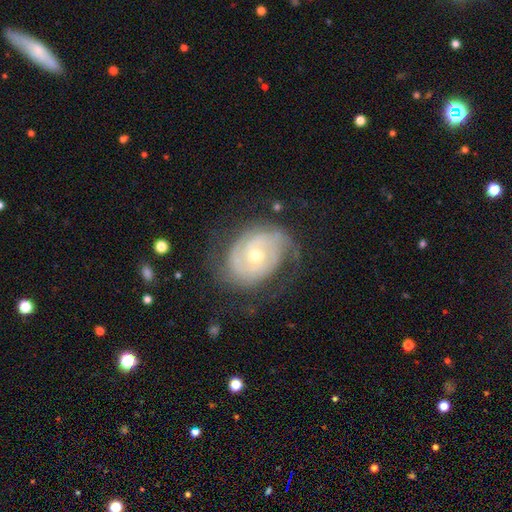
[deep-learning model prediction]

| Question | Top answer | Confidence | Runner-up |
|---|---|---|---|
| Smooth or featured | featured or disk | 84% | smooth (11%) |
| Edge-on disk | no | 97% | yes (3%) |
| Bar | no | 72% | weak (24%) |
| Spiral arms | yes | 93% | no (7%) |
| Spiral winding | tight | 63% | medium (27%) |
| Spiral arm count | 2 | 44% | can't tell (28%) |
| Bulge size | small | 52% | moderate (45%) |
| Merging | none | 63% | minor disturbance (21%) |